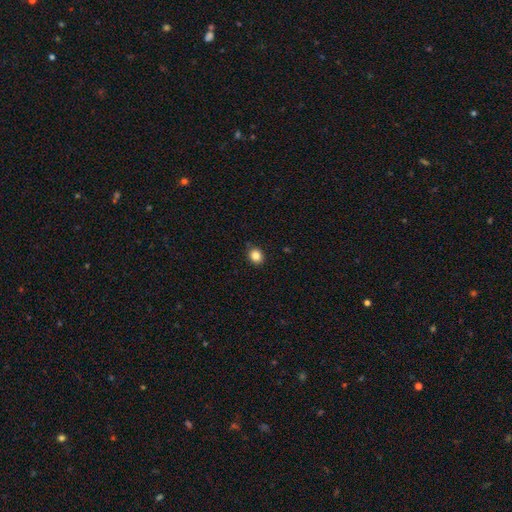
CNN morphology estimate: Smooth or featured?
  - smooth: 85% *
  - star or artifact: 11%
  - featured or disk: 4%
How rounded?
  - round: 69% *
  - in between: 30%
  - cigar-shaped: 1%
Merging?
  - none: 88% *
  - minor disturbance: 9%
  - major disturbance: 2%
  - merger: 2%